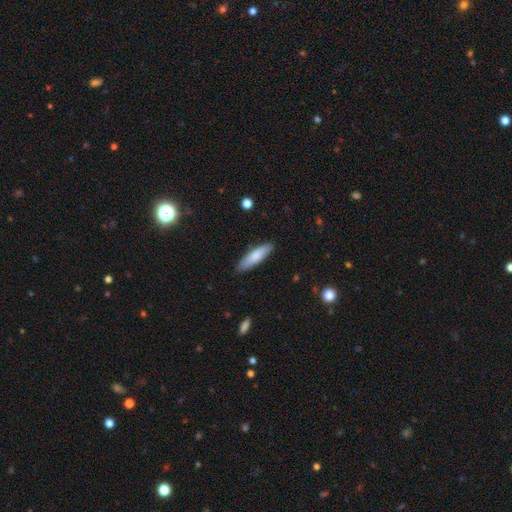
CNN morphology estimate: Smooth or featured? Predicted: smooth (p=0.77). How rounded? Predicted: cigar-shaped (p=0.68). Merging? Predicted: none (p=0.86).